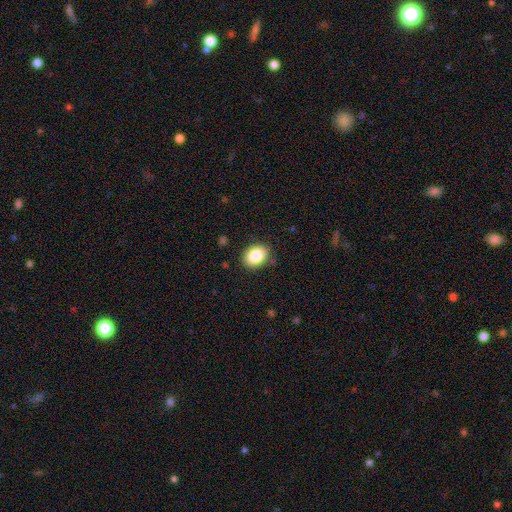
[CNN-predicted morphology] type=smooth (86%); roundness=in between (66%); merging=none (85%).